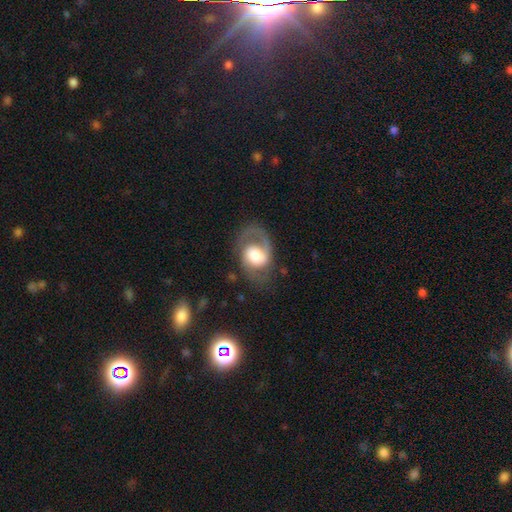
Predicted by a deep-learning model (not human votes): Smooth or featured?
  - featured or disk: 71% *
  - smooth: 22%
  - star or artifact: 6%
Edge-on disk?
  - no: 97% *
  - yes: 3%
Bar?
  - no: 57% *
  - weak: 33%
  - strong: 10%
Spiral arms?
  - yes: 89% *
  - no: 11%
Spiral winding?
  - medium: 48% *
  - loose: 29%
  - tight: 23%
Spiral arm count?
  - 2: 63% *
  - 1: 29%
  - can't tell: 5%
  - 3: 1%
  - 4: 1%
  - more than 4: 1%
Bulge size?
  - large: 47% *
  - moderate: 31%
  - dominant: 12%
  - small: 7%
  - none: 3%
Merging?
  - none: 60% *
  - minor disturbance: 20%
  - major disturbance: 19%
  - merger: 2%